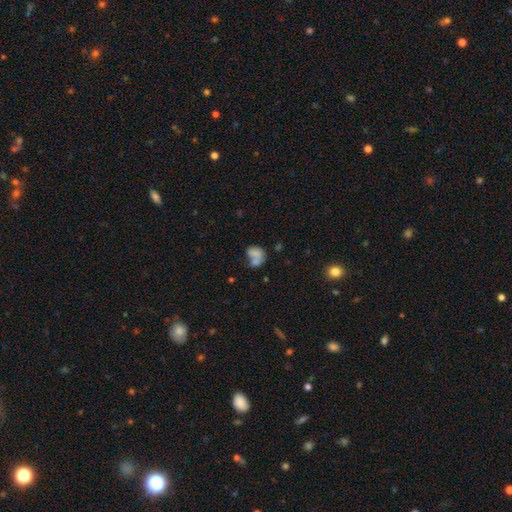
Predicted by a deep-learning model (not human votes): Smooth or featured?
  - smooth: 63% *
  - featured or disk: 25%
  - star or artifact: 12%
How rounded?
  - in between: 62% *
  - round: 37%
  - cigar-shaped: 1%
Merging?
  - merger: 39% *
  - none: 26%
  - major disturbance: 18%
  - minor disturbance: 17%